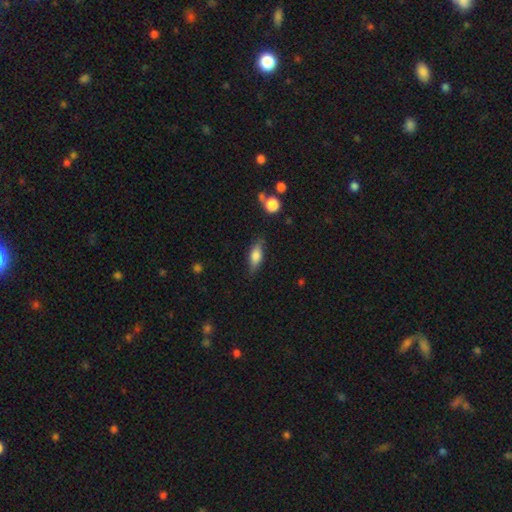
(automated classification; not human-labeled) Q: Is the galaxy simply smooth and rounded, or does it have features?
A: smooth — 68%.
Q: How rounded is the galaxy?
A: in between — 68%.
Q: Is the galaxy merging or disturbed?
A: none — 75%.